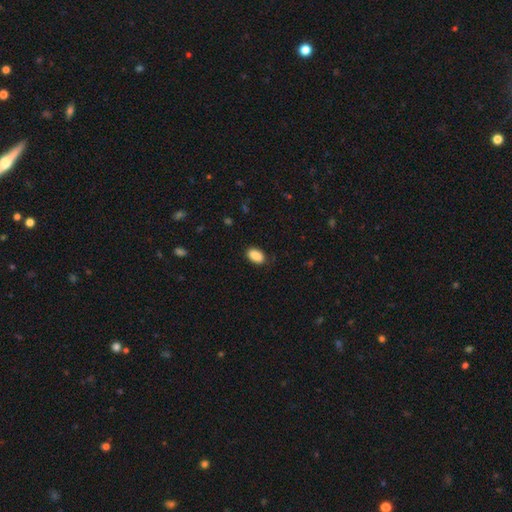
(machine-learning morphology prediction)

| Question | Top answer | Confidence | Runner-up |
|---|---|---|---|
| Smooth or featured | smooth | 90% | star or artifact (7%) |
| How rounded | in between | 92% | round (5%) |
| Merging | none | 84% | minor disturbance (13%) |